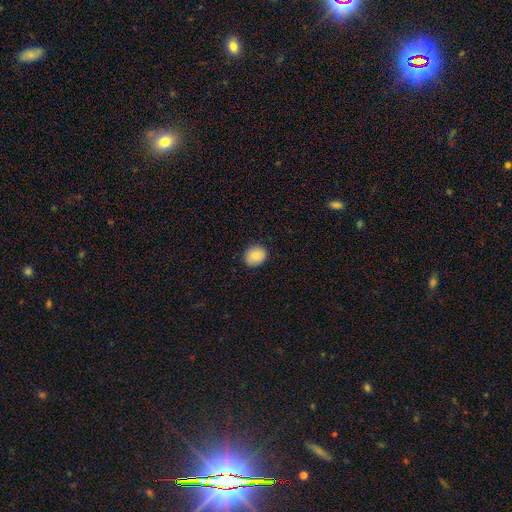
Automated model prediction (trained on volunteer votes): Morphology: type=smooth (88%); roundness=round (74%); merging=none (90%).